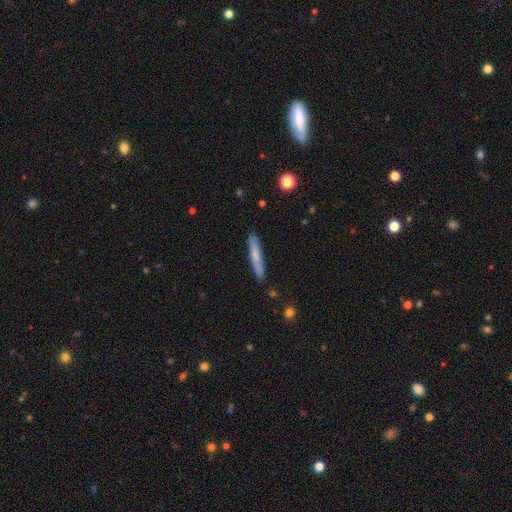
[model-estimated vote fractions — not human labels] This appears to be a smooth galaxy with no disk features (68%) that is cigar-shaped (94%). Merging: none (87%).